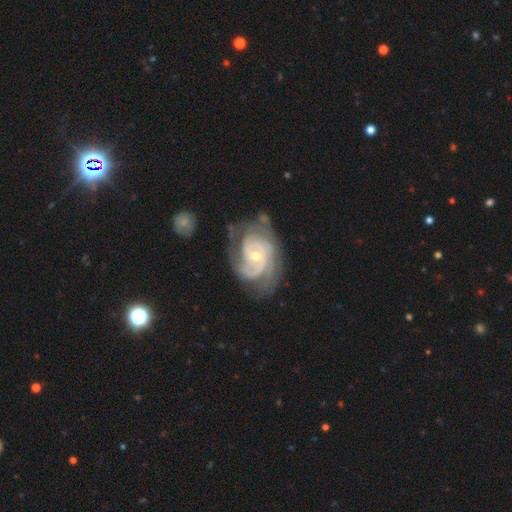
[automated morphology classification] Q: Smooth or featured?
A: featured or disk (89%); runner-up: smooth (6%)
Q: Edge-on disk?
A: no (97%); runner-up: yes (3%)
Q: Bar?
A: no (57%); runner-up: weak (34%)
Q: Spiral arms?
A: yes (97%); runner-up: no (3%)
Q: Spiral winding?
A: tight (59%); runner-up: medium (34%)
Q: Spiral arm count?
A: 2 (37%); runner-up: 3 (27%)
Q: Bulge size?
A: small (52%); runner-up: moderate (44%)
Q: Merging?
A: none (60%); runner-up: minor disturbance (23%)